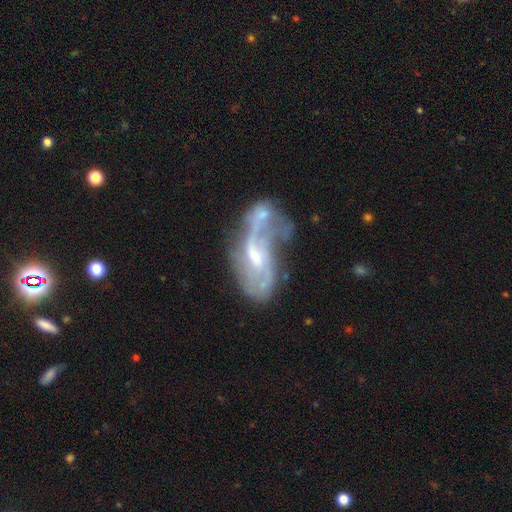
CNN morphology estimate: Smooth or featured: featured or disk — 79% (smooth — 13%)
Edge-on disk: no — 94% (yes — 6%)
Bar: weak — 49% (no — 38%)
Spiral arms: yes — 80% (no — 20%)
Spiral winding: loose — 64% (medium — 27%)
Spiral arm count: 2 — 60% (can't tell — 20%)
Bulge size: small — 44% (moderate — 40%)
Merging: none — 28% (tied with merger — 28%)